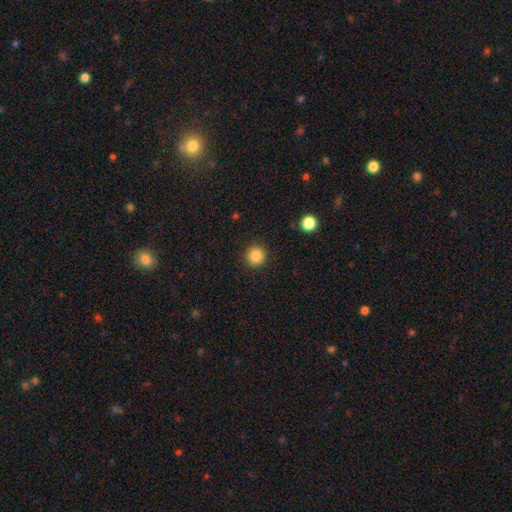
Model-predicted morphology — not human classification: smooth-or-featured: smooth: 86% | star or artifact: 10% | featured or disk: 4%
  how-rounded: round: 94% | in between: 5% | cigar-shaped: 1%
  merging: none: 92% | minor disturbance: 5% | major disturbance: 2% | merger: 1%